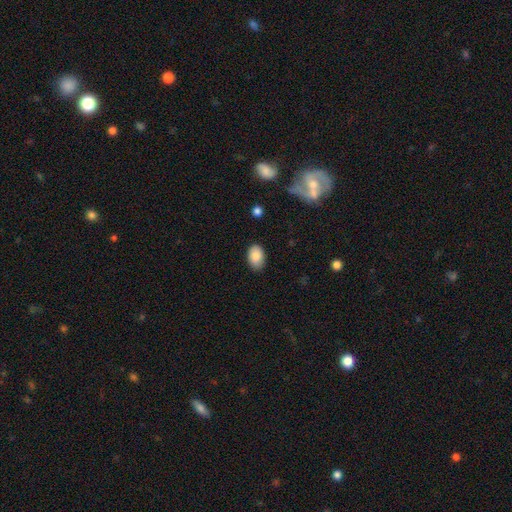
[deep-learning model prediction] Smooth or featured: smooth — 87% (star or artifact — 8%)
How rounded: in between — 89% (round — 10%)
Merging: none — 84% (minor disturbance — 13%)